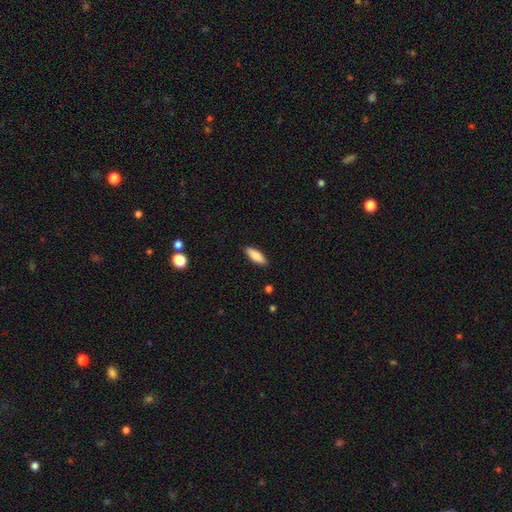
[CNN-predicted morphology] The model was most divided on "how rounded": in between: 58%, cigar-shaped: 40%, round: 2%. More confident: merging — none (88%); smooth or featured — smooth (81%).